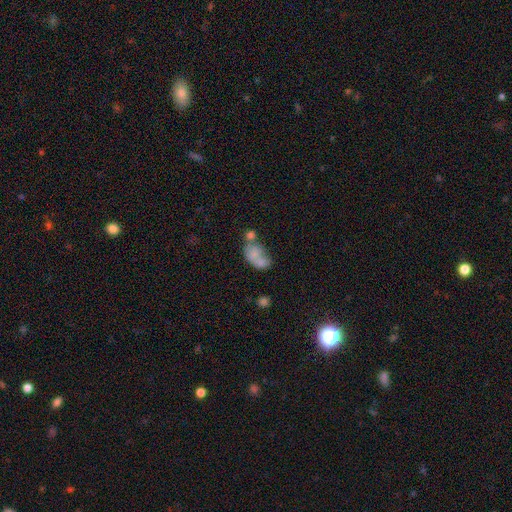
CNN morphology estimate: Smooth or featured: smooth — 62% (featured or disk — 26%)
How rounded: in between — 83% (round — 14%)
Merging: merger — 47% (none — 21%)